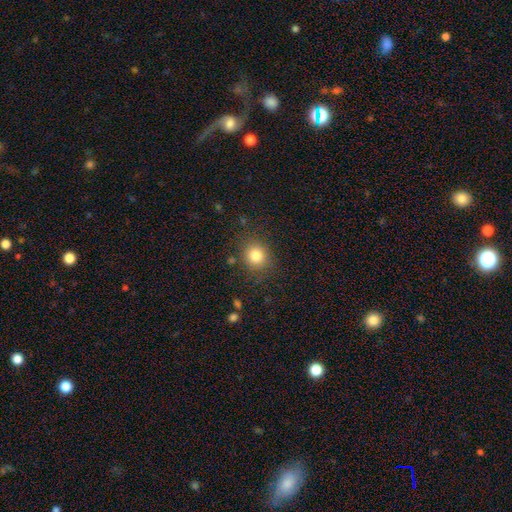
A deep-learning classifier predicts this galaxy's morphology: A smooth galaxy with no disk features (81%) that is round (81%). Merging: none (84%).